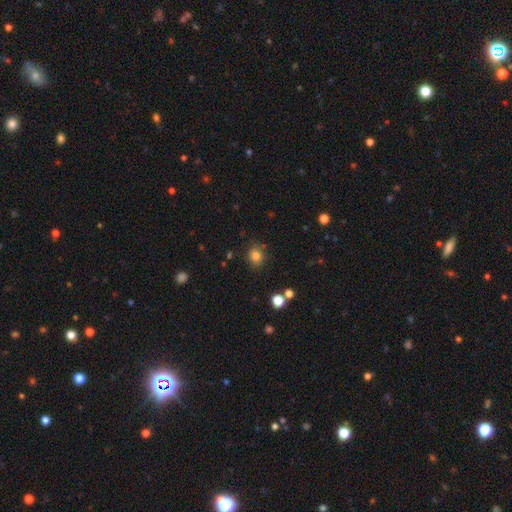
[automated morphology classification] The model was most divided on "how rounded": round: 72%, in between: 27%, cigar-shaped: 1%. More confident: smooth or featured — smooth (82%); merging — none (81%).